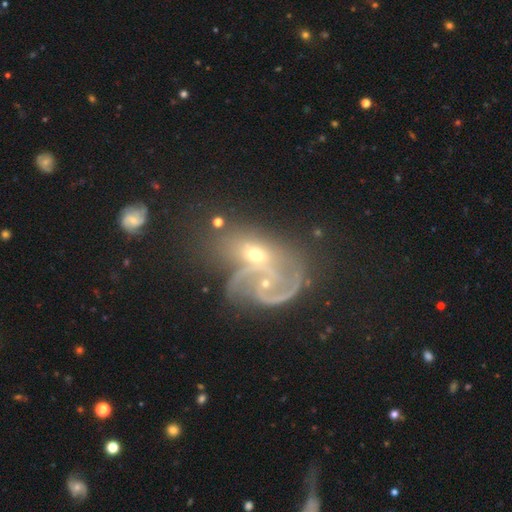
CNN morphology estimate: type=featured or disk (72%); edge-on=no (96%); bar=no (64%); spiral arms=yes (80%); winding=medium (40%); arm count=2 (46%); bulge=small (53%); merging=merger (44%).